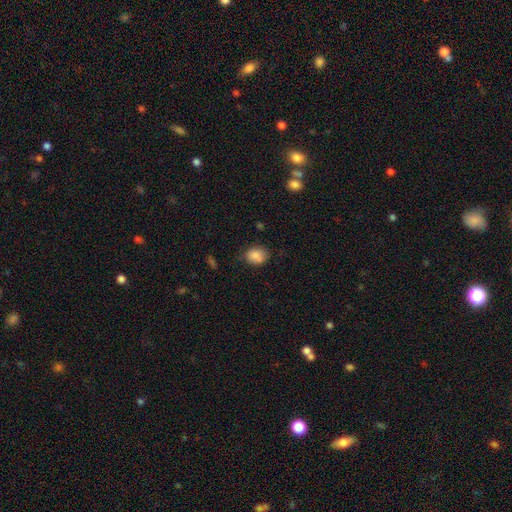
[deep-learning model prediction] smooth-or-featured: smooth: 86% | star or artifact: 9% | featured or disk: 5%
  how-rounded: in between: 54% | round: 45% | cigar-shaped: 1%
  merging: none: 69% | minor disturbance: 24% | major disturbance: 5% | merger: 2%